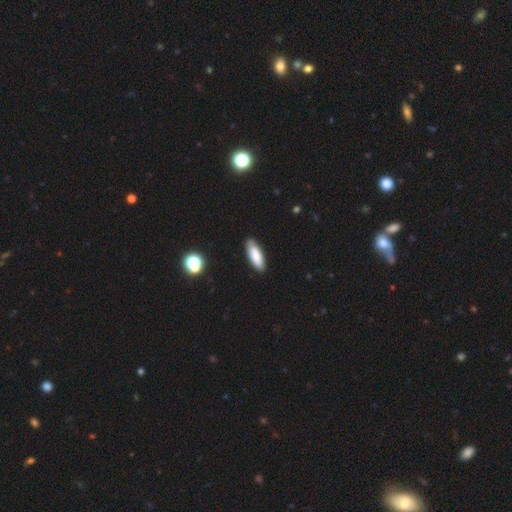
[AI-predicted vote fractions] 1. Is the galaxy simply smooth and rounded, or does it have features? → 83% smooth, 10% featured or disk, 7% star or artifact.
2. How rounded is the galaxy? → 65% in between, 33% cigar-shaped, 2% round.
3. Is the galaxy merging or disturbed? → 86% none, 11% minor disturbance, 2% major disturbance, 1% merger.